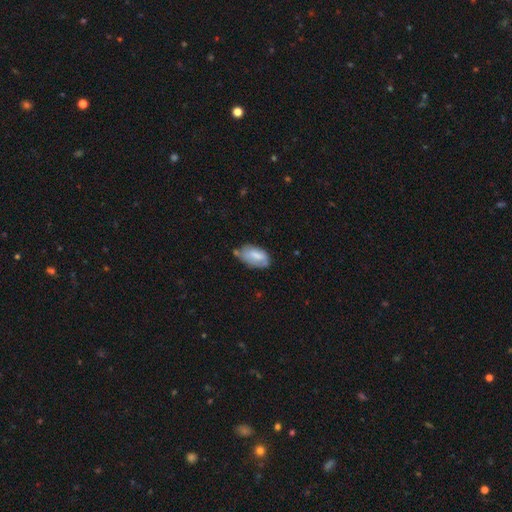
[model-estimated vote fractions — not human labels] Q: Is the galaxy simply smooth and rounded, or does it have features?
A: smooth — 70%.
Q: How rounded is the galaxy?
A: in between — 93%.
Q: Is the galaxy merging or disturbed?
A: none — 42%.